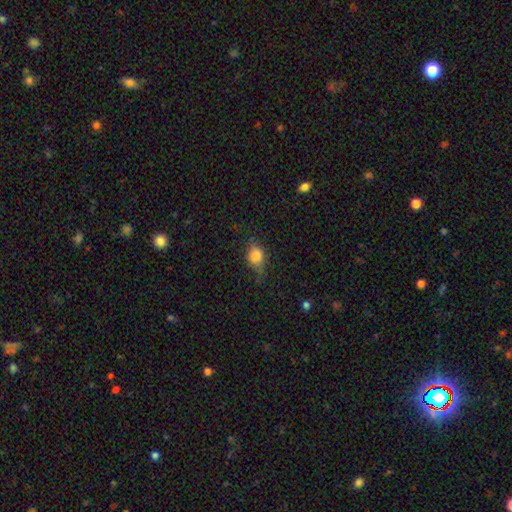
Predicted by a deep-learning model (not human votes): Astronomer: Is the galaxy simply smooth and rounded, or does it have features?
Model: smooth — 75%.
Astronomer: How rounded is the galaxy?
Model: in between — 58% (runner-up: round, 39%).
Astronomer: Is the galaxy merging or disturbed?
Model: none — 60%.